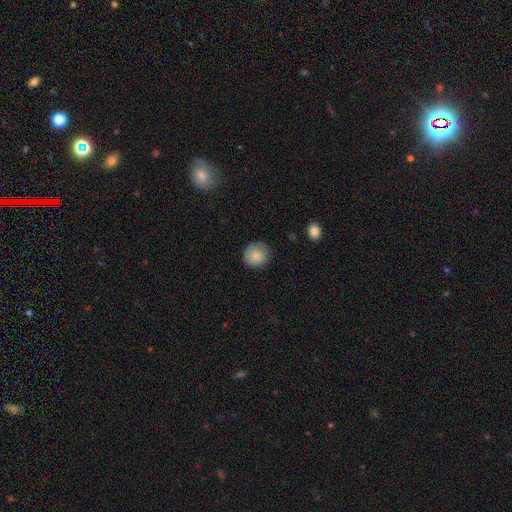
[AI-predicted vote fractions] Smooth or featured? smooth (84%)
How rounded? round (89%)
Merging? none (79%)